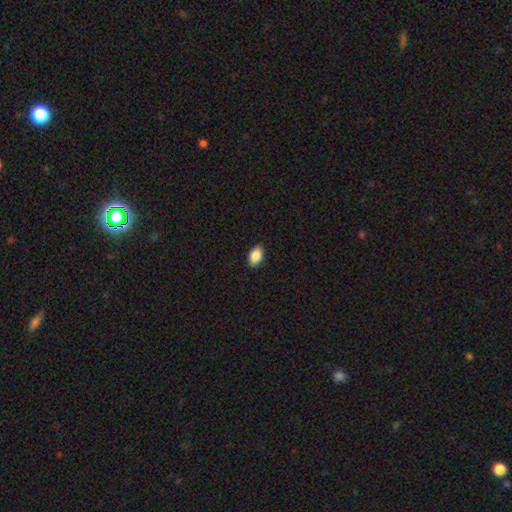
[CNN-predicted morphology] This appears to be a smooth galaxy with no disk features (88%) that is in between round and cigar-shaped (92%). Merging: none (89%).